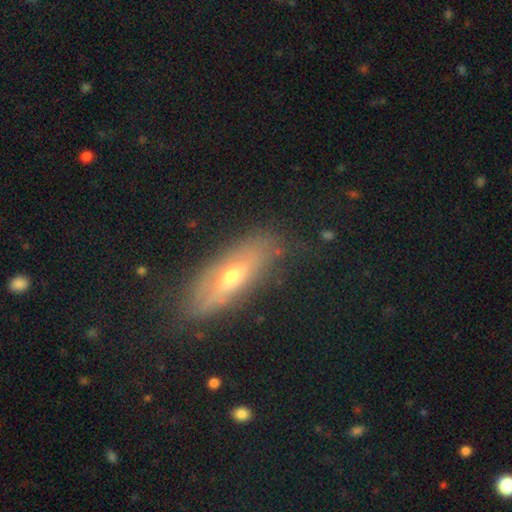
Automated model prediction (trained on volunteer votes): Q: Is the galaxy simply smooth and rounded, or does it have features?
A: featured or disk — 51%.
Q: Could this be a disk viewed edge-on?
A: yes — 51%.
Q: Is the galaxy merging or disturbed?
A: none — 77%.